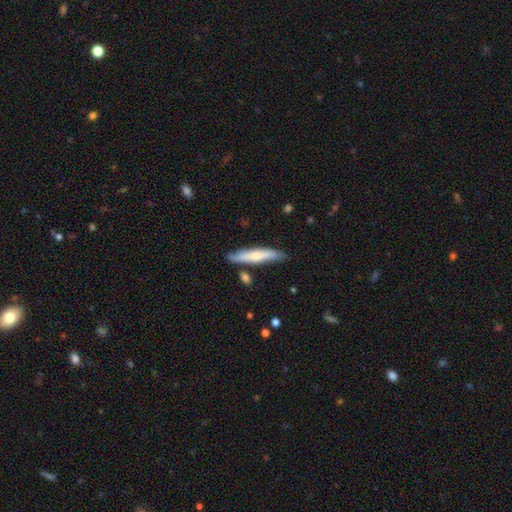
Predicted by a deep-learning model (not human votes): A smooth galaxy with no disk features (62%) that is cigar-shaped (88%).

Vote fractions:
- Smooth or featured? smooth: 62% / featured or disk: 32% / star or artifact: 5%
- How rounded? cigar-shaped: 88% / in between: 11% / round: 1%
- Merging? none: 79% / minor disturbance: 14% / merger: 4% / major disturbance: 2%